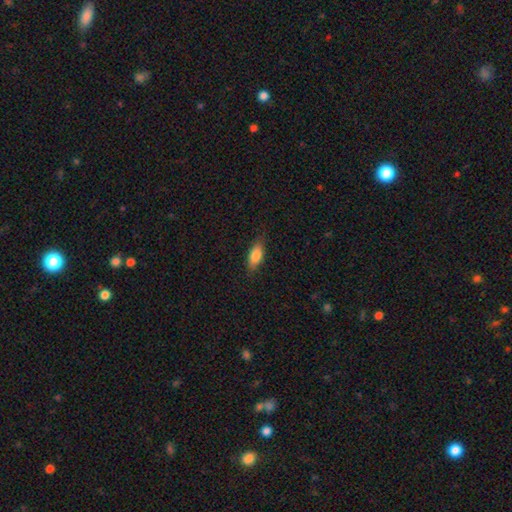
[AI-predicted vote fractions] This appears to be a smooth galaxy with no disk features (81%) that is in between round and cigar-shaped (74%). Merging: none (83%).